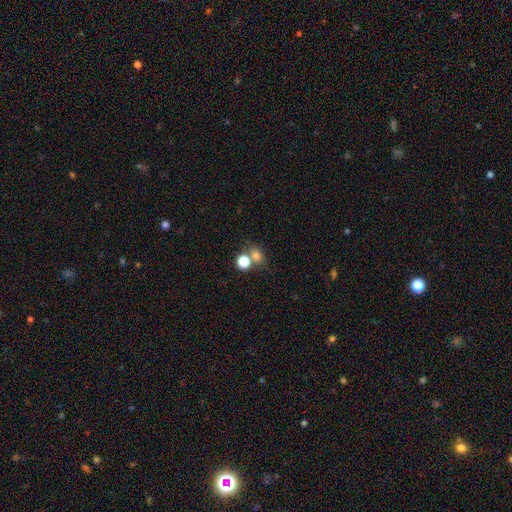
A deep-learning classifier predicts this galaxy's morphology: A smooth galaxy with no disk features (75%) that is round (60%). Merging: none (54%).